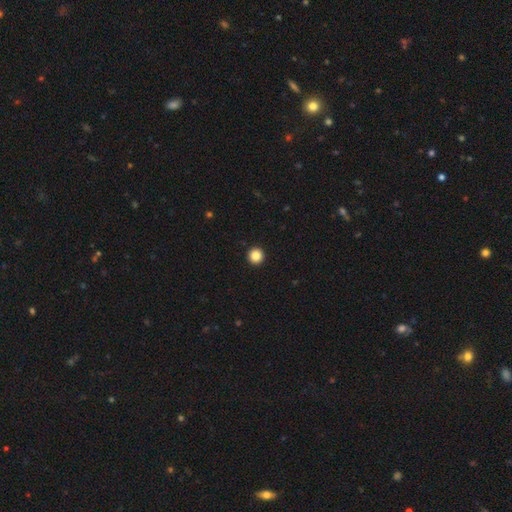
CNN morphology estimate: A smooth galaxy with no disk features (86%) that is round (96%).

Vote fractions:
- Smooth or featured? smooth: 86% / star or artifact: 10% / featured or disk: 3%
- How rounded? round: 96% / in between: 3% / cigar-shaped: 1%
- Merging? none: 94% / minor disturbance: 3% / major disturbance: 1% / merger: 1%